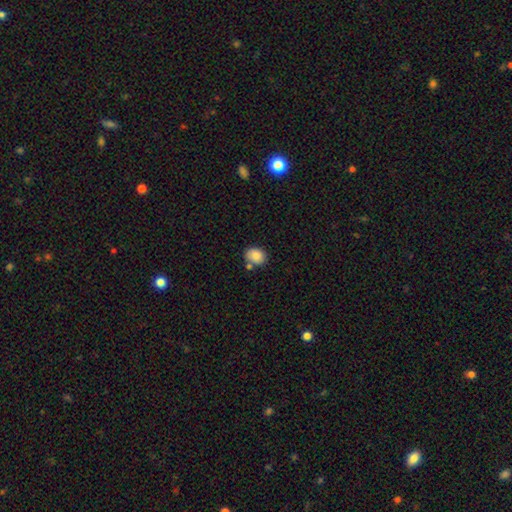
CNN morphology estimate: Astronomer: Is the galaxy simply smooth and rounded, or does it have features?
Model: smooth — 85%.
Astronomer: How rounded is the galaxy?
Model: in between — 50% (runner-up: round, 49%).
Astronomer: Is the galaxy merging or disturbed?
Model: none — 68%.